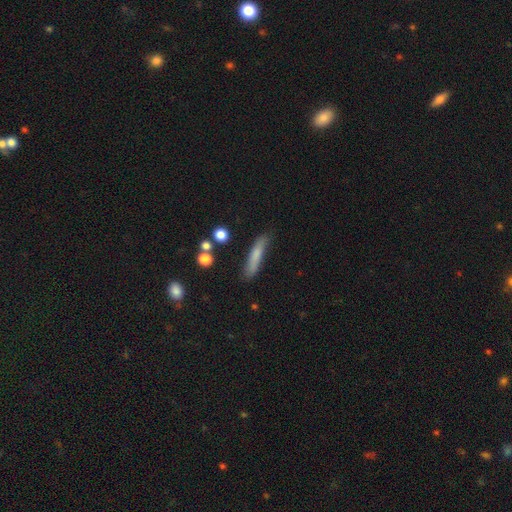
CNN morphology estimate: A smooth galaxy with no disk features (71%) that is cigar-shaped (87%).

Vote fractions:
- Smooth or featured? smooth: 71% / featured or disk: 22% / star or artifact: 7%
- How rounded? cigar-shaped: 87% / in between: 11% / round: 2%
- Merging? none: 72% / minor disturbance: 20% / major disturbance: 5% / merger: 3%